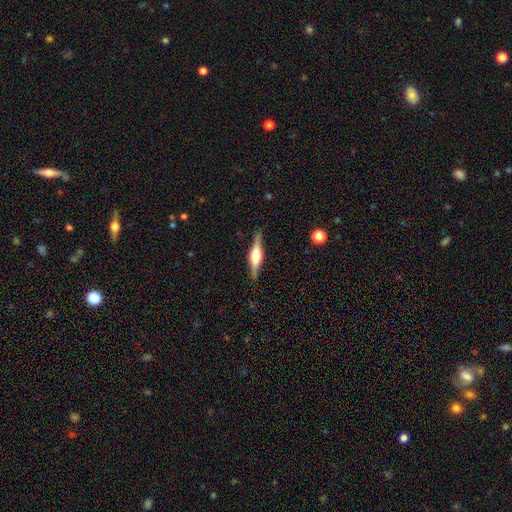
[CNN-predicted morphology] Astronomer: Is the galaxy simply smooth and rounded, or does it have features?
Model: featured or disk — 75%.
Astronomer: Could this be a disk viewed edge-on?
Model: yes — 97%.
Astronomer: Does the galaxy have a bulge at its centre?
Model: rounded — 85%.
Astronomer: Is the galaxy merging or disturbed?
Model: none — 87%.